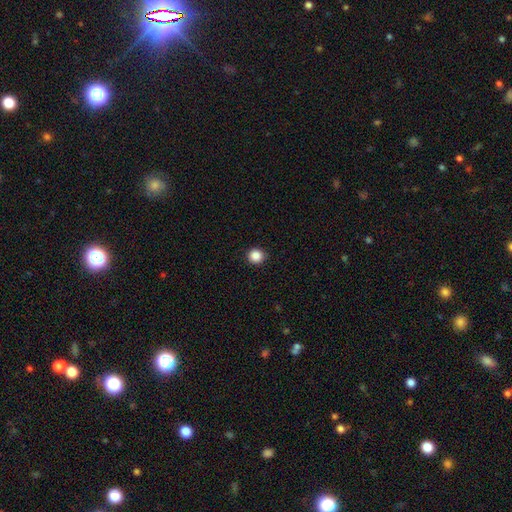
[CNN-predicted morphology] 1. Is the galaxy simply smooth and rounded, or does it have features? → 87% smooth, 10% star or artifact, 3% featured or disk.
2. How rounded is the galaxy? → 92% round, 7% in between, 1% cigar-shaped.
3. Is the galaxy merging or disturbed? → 92% none, 5% minor disturbance, 2% major disturbance, 1% merger.